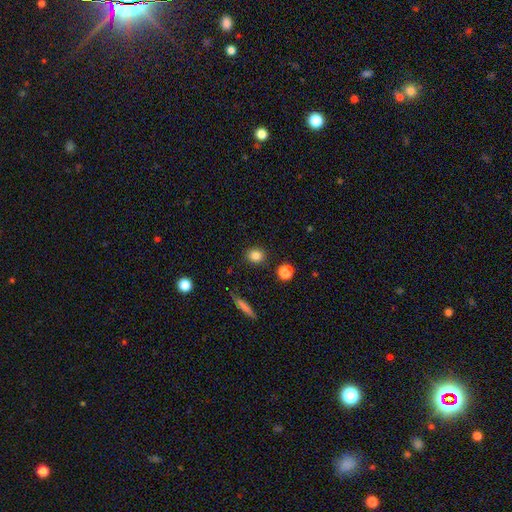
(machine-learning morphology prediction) Smooth or featured? Predicted: smooth (p=0.84). How rounded? Predicted: round (p=0.80). Merging? Predicted: none (p=0.88).